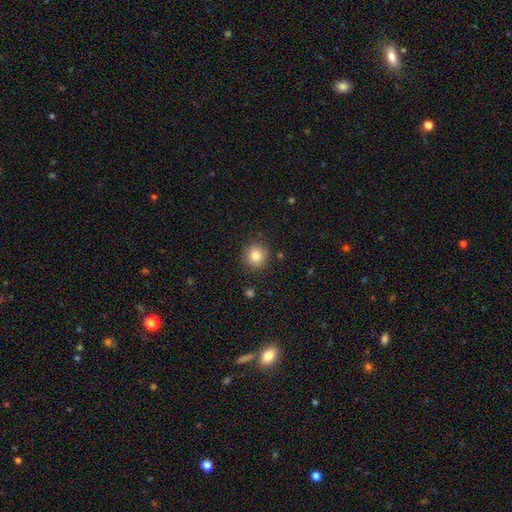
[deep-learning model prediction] A smooth galaxy with no disk features (83%) that is round (90%).

Vote fractions:
- Smooth or featured? smooth: 83% / star or artifact: 10% / featured or disk: 7%
- How rounded? round: 90% / in between: 9% / cigar-shaped: 1%
- Merging? none: 88% / minor disturbance: 8% / major disturbance: 2% / merger: 2%